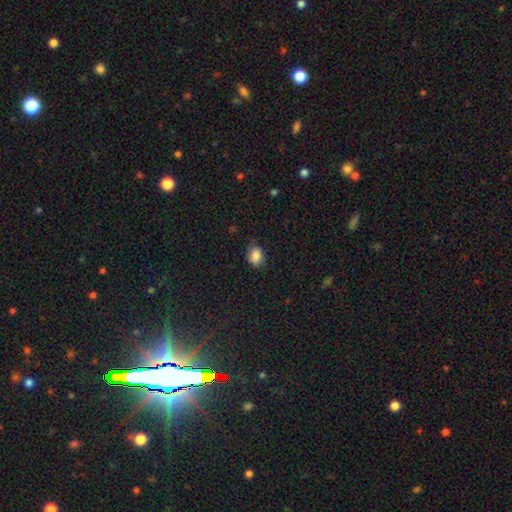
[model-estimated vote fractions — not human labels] Overall: smooth (84%). How rounded: in between (71%). Merging: none (64%; minor disturbance 28%).